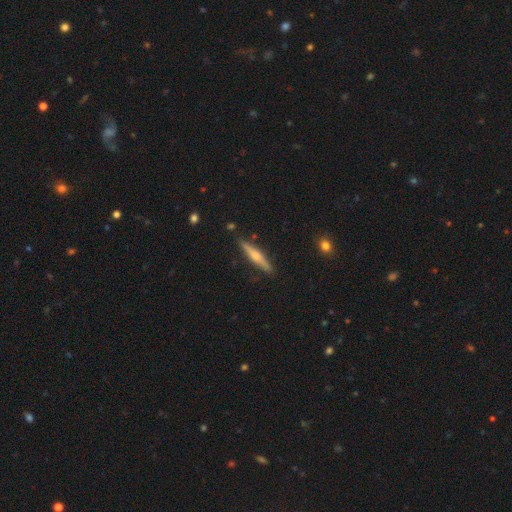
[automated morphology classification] Smooth or featured?
  - featured or disk: 60% *
  - smooth: 34%
  - star or artifact: 6%
Edge-on disk?
  - yes: 97% *
  - no: 3%
Edge-on bulge?
  - rounded: 85% *
  - none: 8%
  - boxy: 7%
Merging?
  - none: 89% *
  - minor disturbance: 8%
  - merger: 2%
  - major disturbance: 2%